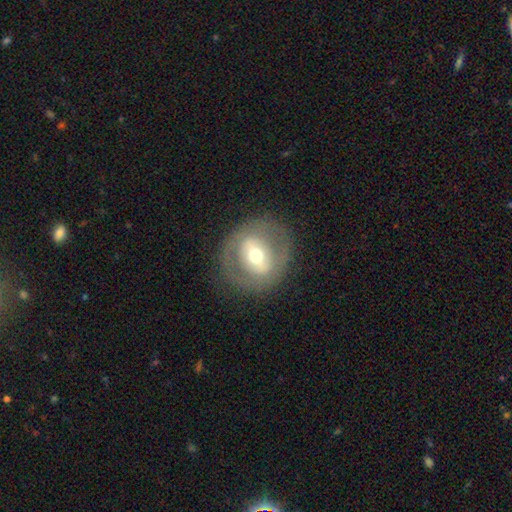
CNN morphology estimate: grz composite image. It shows a featured or disk galaxy (57%) with a strong bar (36%), no spiral arms (80%) and a moderate central bulge (64%). Merging: none (81%).